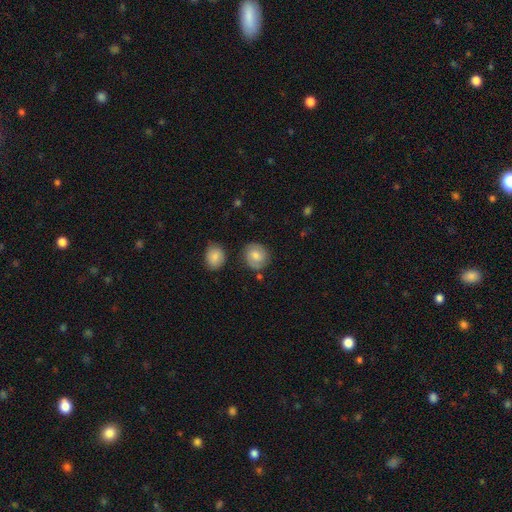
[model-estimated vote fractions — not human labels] A smooth galaxy with no disk features (54%) that is round (77%).

Vote fractions:
- Smooth or featured? smooth: 54% / featured or disk: 38% / star or artifact: 8%
- How rounded? round: 77% / in between: 22% / cigar-shaped: 1%
- Merging? none: 77% / minor disturbance: 14% / merger: 5% / major disturbance: 4%